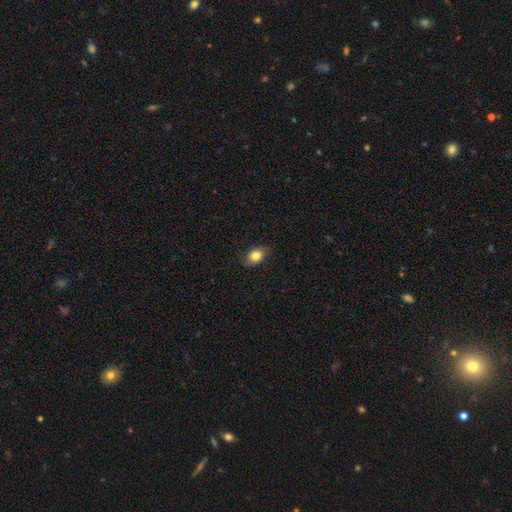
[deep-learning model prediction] Smooth or featured?
  - smooth: 82% *
  - featured or disk: 10%
  - star or artifact: 9%
How rounded?
  - in between: 76% *
  - round: 22%
  - cigar-shaped: 1%
Merging?
  - none: 82% *
  - minor disturbance: 15%
  - major disturbance: 3%
  - merger: 1%